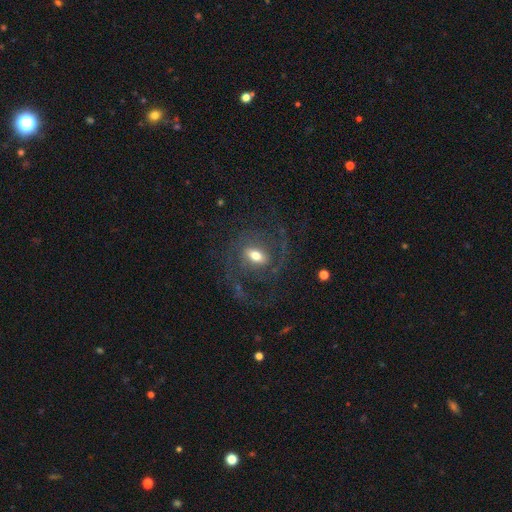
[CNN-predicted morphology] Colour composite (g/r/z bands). It shows a featured or disk galaxy (70%) with a weak bar (44%), 2 (57%) medium (45%) spiral arms (81%) and a moderate central bulge (65%). Merging: none (58%).